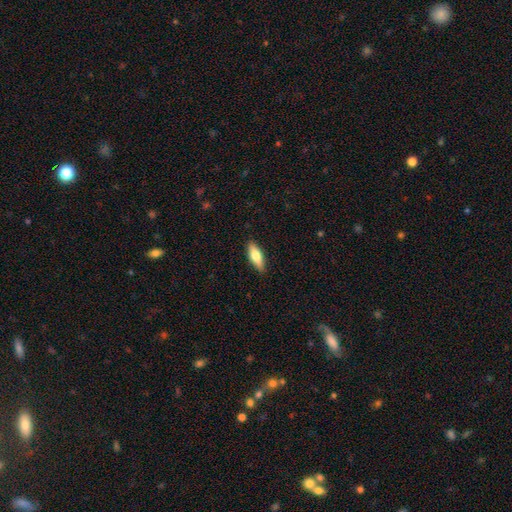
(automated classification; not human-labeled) Q: Smooth or featured?
A: smooth (71%); runner-up: featured or disk (23%)
Q: How rounded?
A: in between (60%); runner-up: cigar-shaped (38%)
Q: Merging?
A: none (88%); runner-up: minor disturbance (9%)